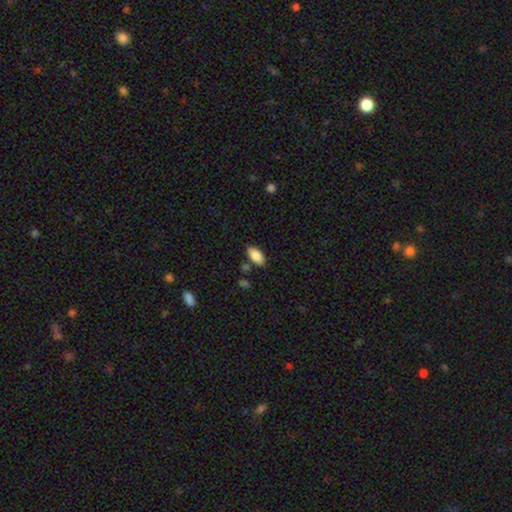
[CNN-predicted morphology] A smooth galaxy with no disk features (85%) that is in between round and cigar-shaped (92%). Merging: none (78%).